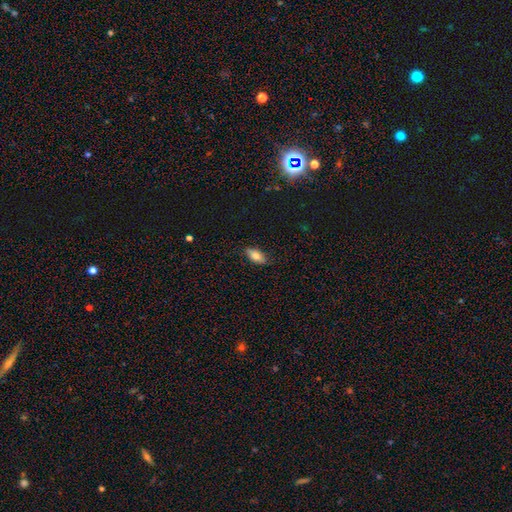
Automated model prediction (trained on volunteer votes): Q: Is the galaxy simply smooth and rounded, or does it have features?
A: smooth — 74%.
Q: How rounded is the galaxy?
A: in between — 81%.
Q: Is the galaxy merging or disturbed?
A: none — 85%.